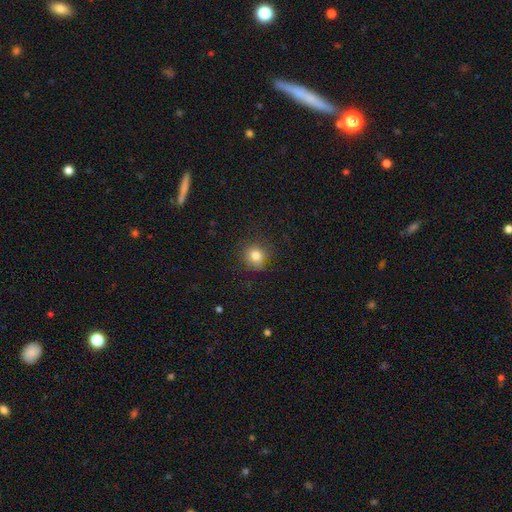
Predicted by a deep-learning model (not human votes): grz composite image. It shows a smooth galaxy with no disk features (81%) that is round (87%). Merging: none (82%).